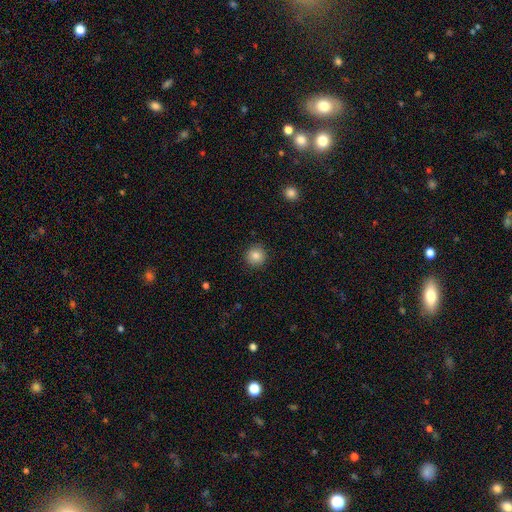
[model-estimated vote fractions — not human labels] Q: Smooth or featured?
A: smooth (85%); runner-up: star or artifact (10%)
Q: How rounded?
A: round (93%); runner-up: in between (6%)
Q: Merging?
A: none (91%); runner-up: minor disturbance (6%)